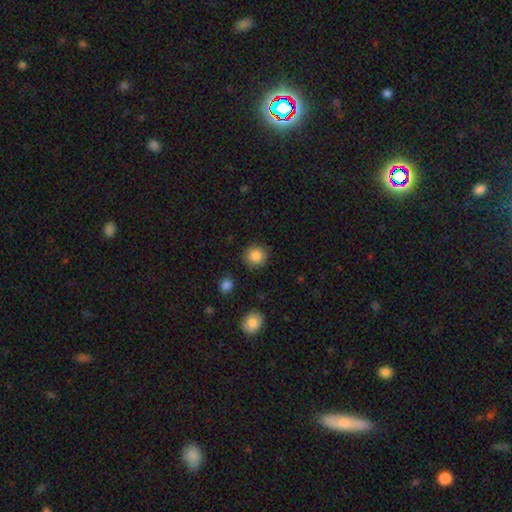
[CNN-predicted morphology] Smooth or featured: smooth — 87% (star or artifact — 9%)
How rounded: round — 91% (in between — 8%)
Merging: none — 89% (minor disturbance — 7%)